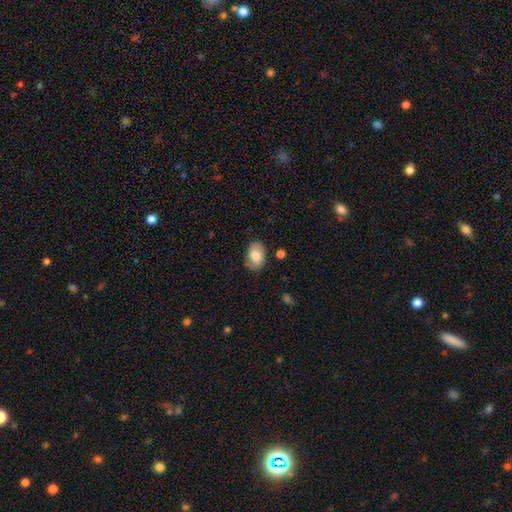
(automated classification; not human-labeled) This is likely a smooth galaxy (74%). How rounded: clearly in between (84%). Merging: likely none (76%).